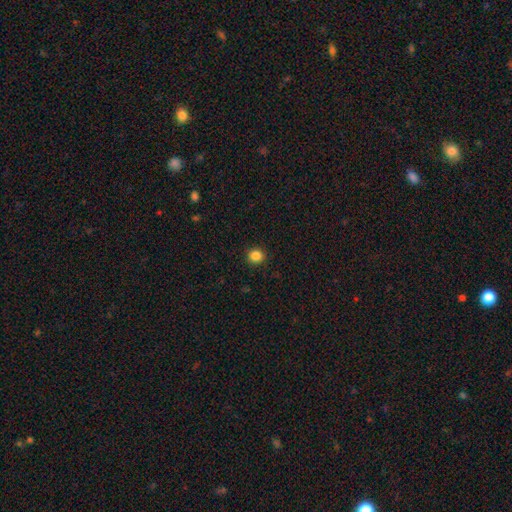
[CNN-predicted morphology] Smooth or featured?
  - smooth: 85% *
  - star or artifact: 11%
  - featured or disk: 3%
How rounded?
  - round: 90% *
  - in between: 9%
  - cigar-shaped: 1%
Merging?
  - none: 92% *
  - minor disturbance: 5%
  - major disturbance: 2%
  - merger: 1%